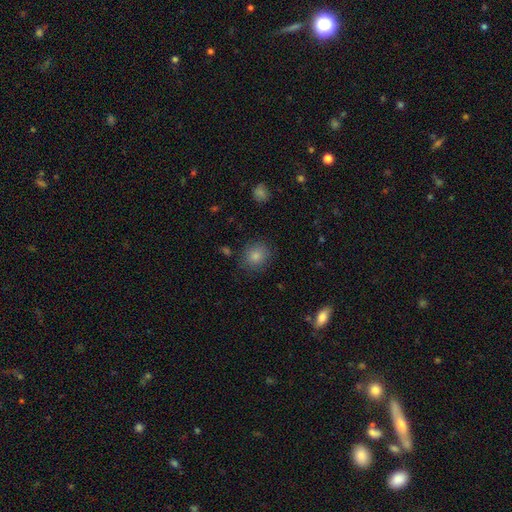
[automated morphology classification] Overall: smooth (84%). How rounded: round (78%). Merging: none (82%).